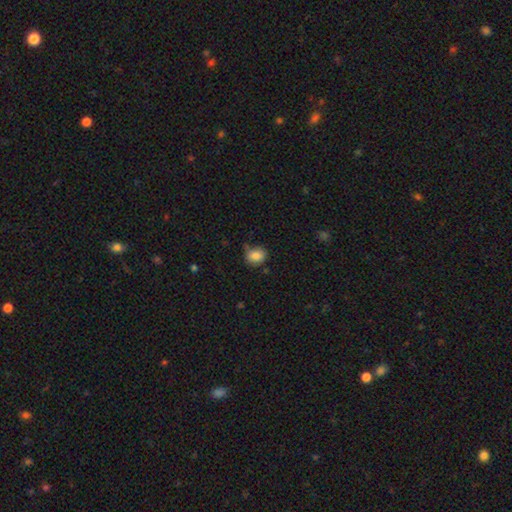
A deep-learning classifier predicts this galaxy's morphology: Smooth or featured: smooth — 84% (star or artifact — 9%)
How rounded: round — 58% (in between — 41%)
Merging: none — 71% (minor disturbance — 20%)